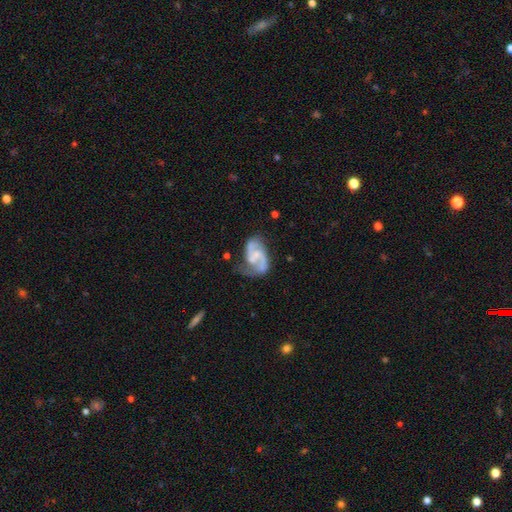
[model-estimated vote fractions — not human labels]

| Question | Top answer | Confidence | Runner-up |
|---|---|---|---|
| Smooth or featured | featured or disk | 85% | smooth (10%) |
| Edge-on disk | no | 98% | yes (2%) |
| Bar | no | 45% | weak (44%) |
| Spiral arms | yes | 94% | no (6%) |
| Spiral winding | medium | 49% | loose (36%) |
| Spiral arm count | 2 | 87% | can't tell (4%) |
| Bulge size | small | 44% | none (32%) |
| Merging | none | 49% | minor disturbance (26%) |